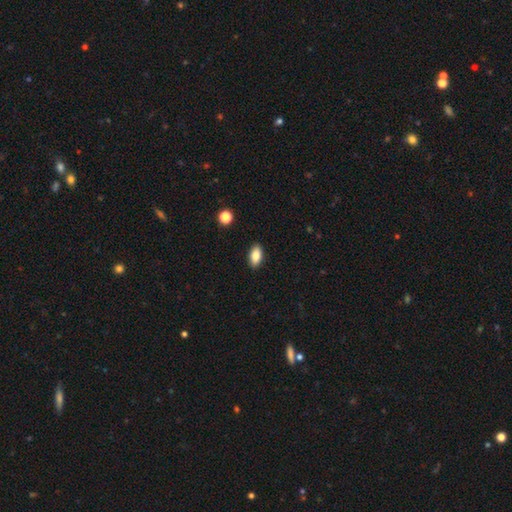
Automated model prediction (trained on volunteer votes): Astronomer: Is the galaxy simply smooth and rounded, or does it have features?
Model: smooth — 84%.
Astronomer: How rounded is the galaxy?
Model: in between — 91%.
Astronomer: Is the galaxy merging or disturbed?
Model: none — 90%.